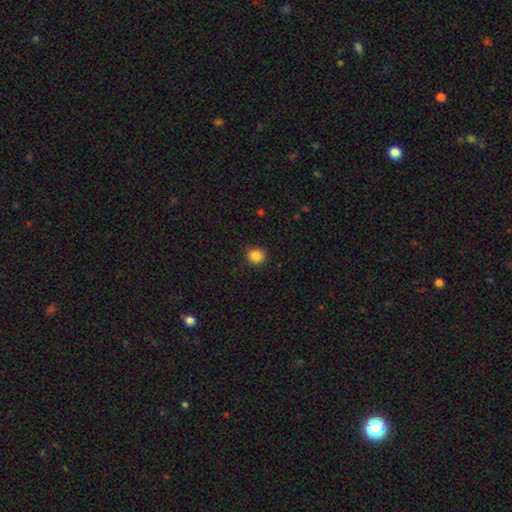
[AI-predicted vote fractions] Smooth or featured? Predicted: smooth (p=0.86). How rounded? Predicted: round (p=0.90). Merging? Predicted: none (p=0.89).